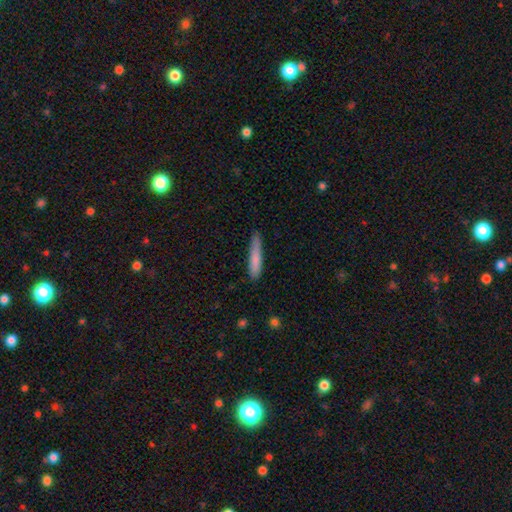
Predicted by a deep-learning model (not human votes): Smooth or featured?
  - smooth: 80% *
  - featured or disk: 14%
  - star or artifact: 6%
How rounded?
  - cigar-shaped: 91% *
  - in between: 8%
  - round: 1%
Merging?
  - none: 75% *
  - minor disturbance: 20%
  - major disturbance: 3%
  - merger: 2%